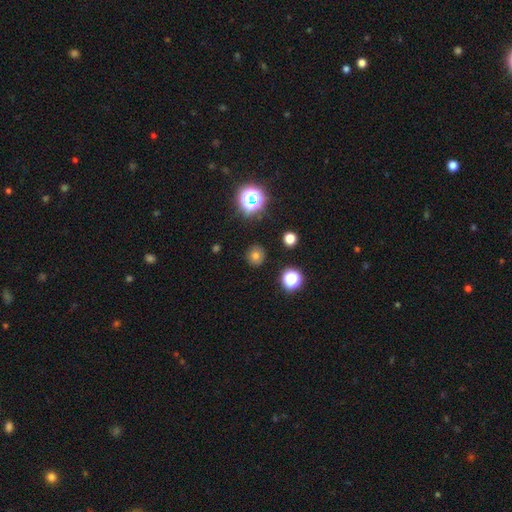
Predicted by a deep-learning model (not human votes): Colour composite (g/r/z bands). It shows a smooth galaxy with no disk features (71%) that is round (90%). Merging: none (88%).